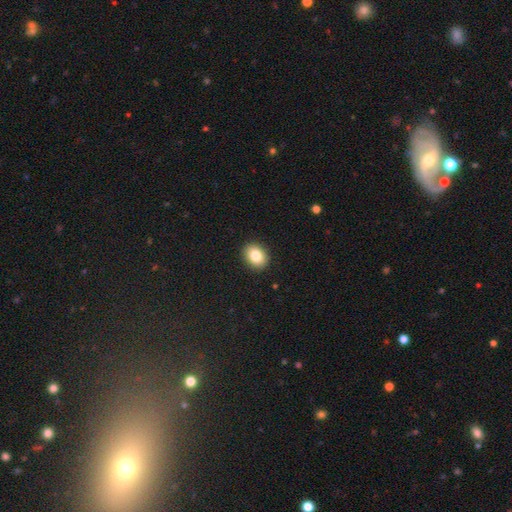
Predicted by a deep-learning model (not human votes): Morphology: type=smooth (83%); roundness=in between (58%); merging=none (91%).